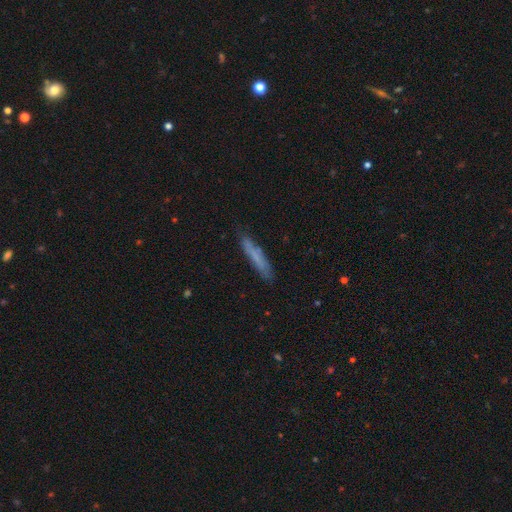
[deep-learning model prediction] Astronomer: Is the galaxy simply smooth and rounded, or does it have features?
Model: smooth — 64%.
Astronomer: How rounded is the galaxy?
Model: cigar-shaped — 92%.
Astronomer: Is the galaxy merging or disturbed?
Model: none — 79%.